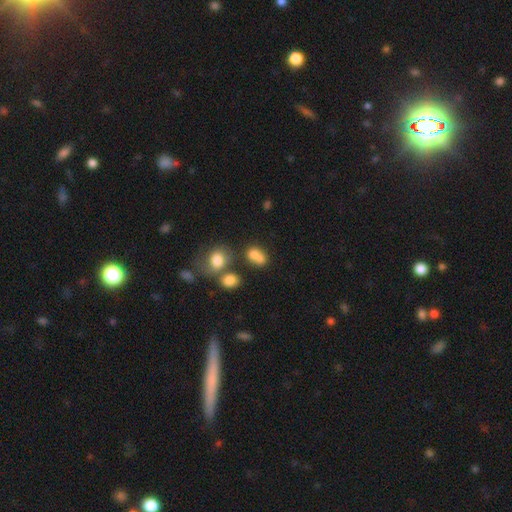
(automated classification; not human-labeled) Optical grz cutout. It shows a smooth galaxy with no disk features (74%) that is in between round and cigar-shaped (63%). Merging: merger (42%).